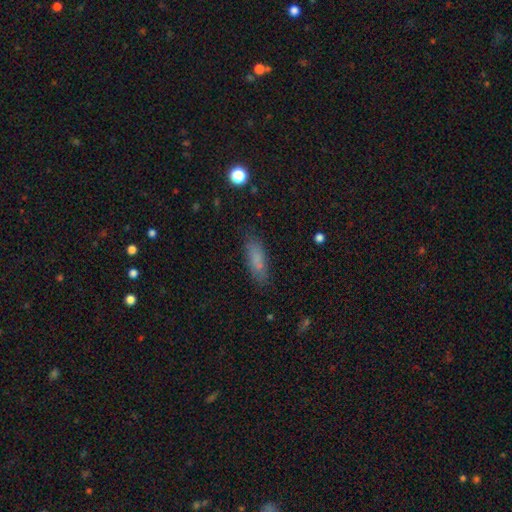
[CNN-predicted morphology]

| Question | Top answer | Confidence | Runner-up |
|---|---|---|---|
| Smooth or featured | smooth | 79% | featured or disk (11%) |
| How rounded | in between | 54% | cigar-shaped (44%) |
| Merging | none | 81% | minor disturbance (13%) |